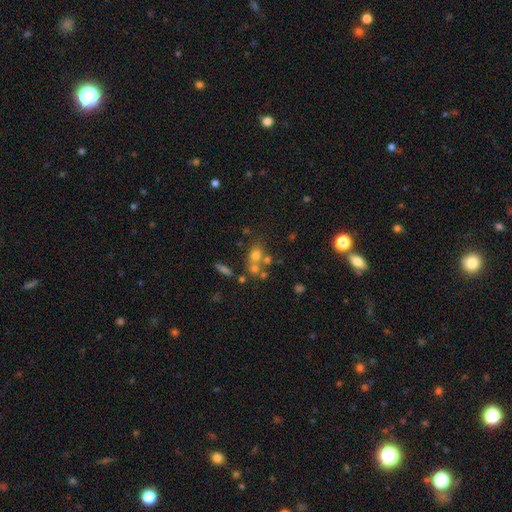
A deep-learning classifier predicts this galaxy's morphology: smooth-or-featured: smooth: 62% | featured or disk: 20% | star or artifact: 18%
  how-rounded: round: 59% | in between: 39% | cigar-shaped: 3%
  merging: none: 42% | merger: 40% | minor disturbance: 11% | major disturbance: 6%